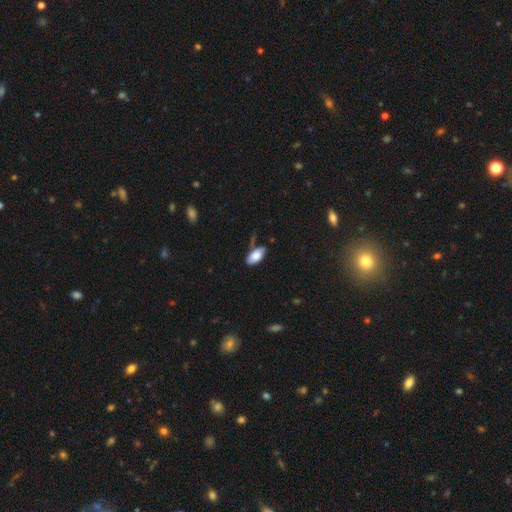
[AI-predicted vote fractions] Smooth or featured?
  - smooth: 82% *
  - featured or disk: 12%
  - star or artifact: 7%
How rounded?
  - in between: 92% *
  - cigar-shaped: 5%
  - round: 2%
Merging?
  - none: 61% *
  - minor disturbance: 25%
  - major disturbance: 7%
  - merger: 7%